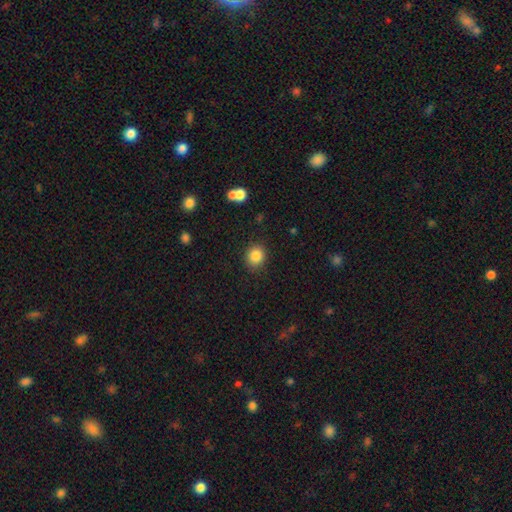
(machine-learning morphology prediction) A smooth galaxy with no disk features (85%) that is round (79%).

Vote fractions:
- Smooth or featured? smooth: 85% / star or artifact: 10% / featured or disk: 5%
- How rounded? round: 79% / in between: 20% / cigar-shaped: 1%
- Merging? none: 88% / minor disturbance: 8% / major disturbance: 2% / merger: 2%